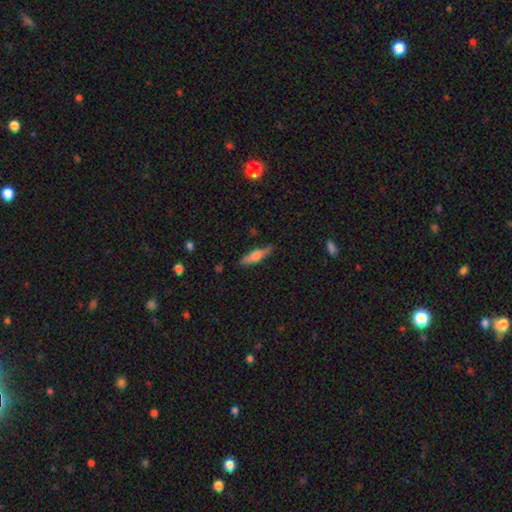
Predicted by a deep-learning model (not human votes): smooth 57%, featured or disk 36%, star or artifact 7%. Down the decision tree: how rounded — cigar-shaped (66%); merging — none (81%).